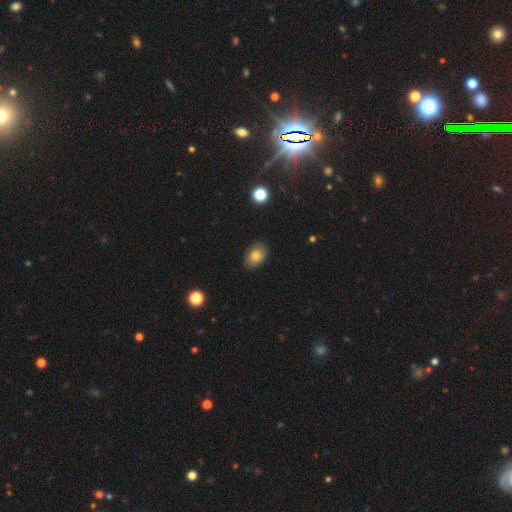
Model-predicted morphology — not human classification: This appears to be a smooth galaxy with no disk features (80%) that is in between round and cigar-shaped (84%). Merging: none (84%).